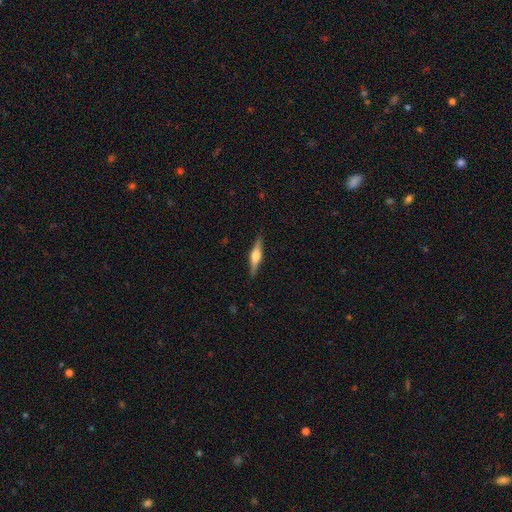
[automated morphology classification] type=featured or disk (63%); edge-on=yes (97%); edge-on bulge=rounded (92%); merging=none (89%).